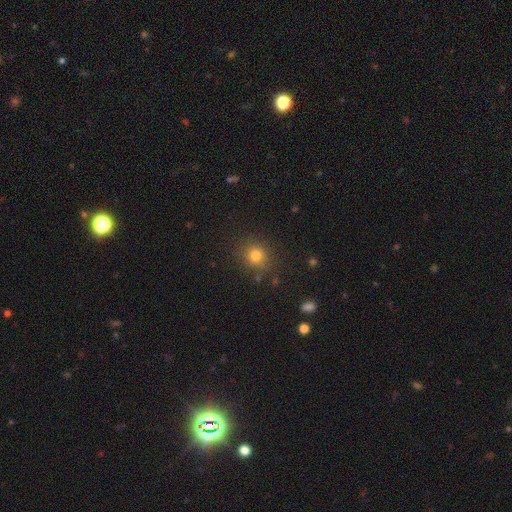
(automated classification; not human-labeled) Smooth or featured?
  - smooth: 78% *
  - star or artifact: 15%
  - featured or disk: 7%
How rounded?
  - round: 86% *
  - in between: 13%
  - cigar-shaped: 1%
Merging?
  - none: 85% *
  - minor disturbance: 9%
  - major disturbance: 3%
  - merger: 2%